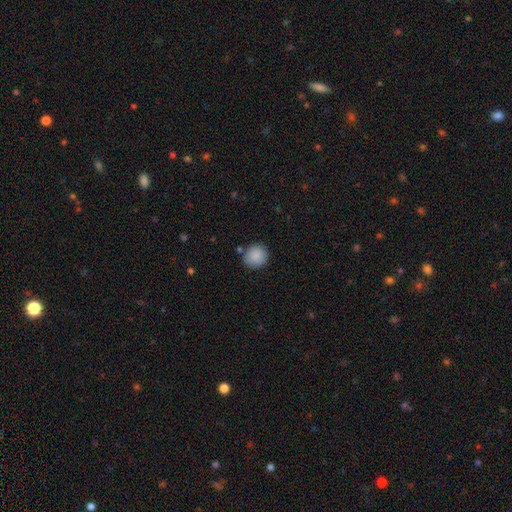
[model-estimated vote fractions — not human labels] This appears to be a smooth galaxy with no disk features (89%) that is round (89%). Merging: none (84%).